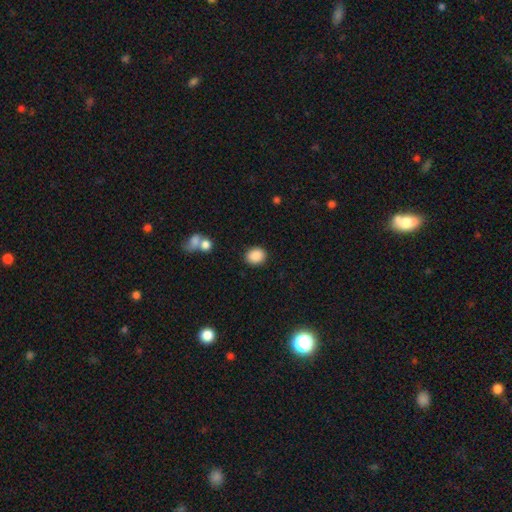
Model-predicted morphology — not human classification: Smooth or featured: smooth — 88% (star or artifact — 9%)
How rounded: round — 63% (in between — 36%)
Merging: none — 87% (minor disturbance — 8%)